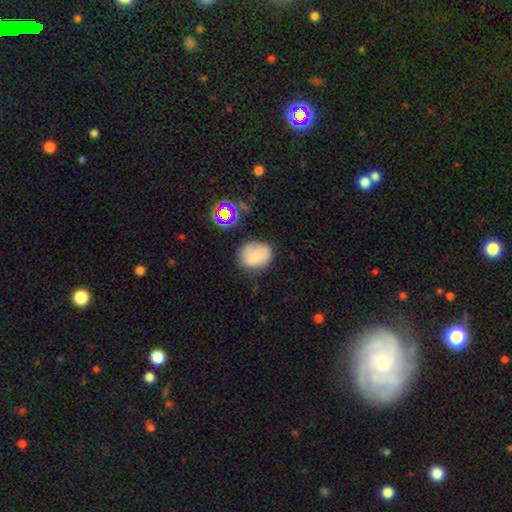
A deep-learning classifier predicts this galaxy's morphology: This is likely a smooth galaxy (66%). How rounded: likely round (61%). Merging: likely none (67%).